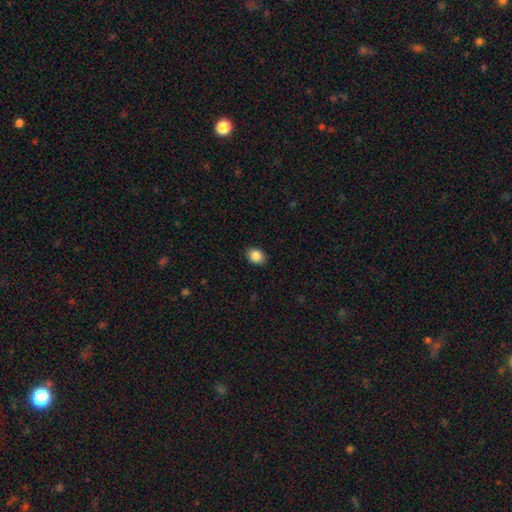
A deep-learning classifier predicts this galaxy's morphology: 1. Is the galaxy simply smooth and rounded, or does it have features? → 88% smooth, 8% star or artifact, 4% featured or disk.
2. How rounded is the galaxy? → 58% in between, 41% round, 1% cigar-shaped.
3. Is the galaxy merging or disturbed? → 88% none, 9% minor disturbance, 2% major disturbance, 1% merger.